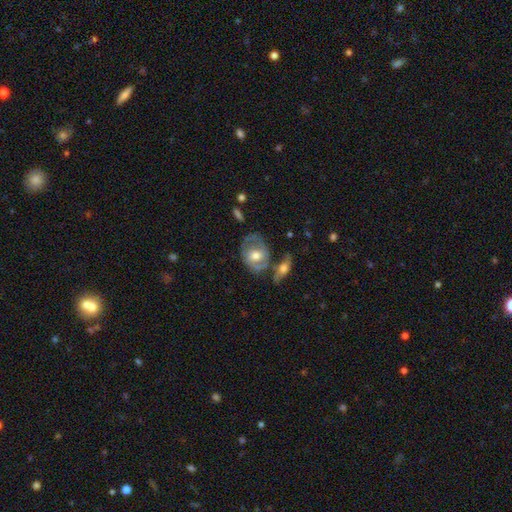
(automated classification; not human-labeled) This is likely a featured or disk galaxy (60%). It is clearly not viewed edge-on (93%). Bar: likely no (63%). Spiral arm pattern: likely yes (66%). Central bulge: likely moderate (68%). Merging: possibly none (47%).